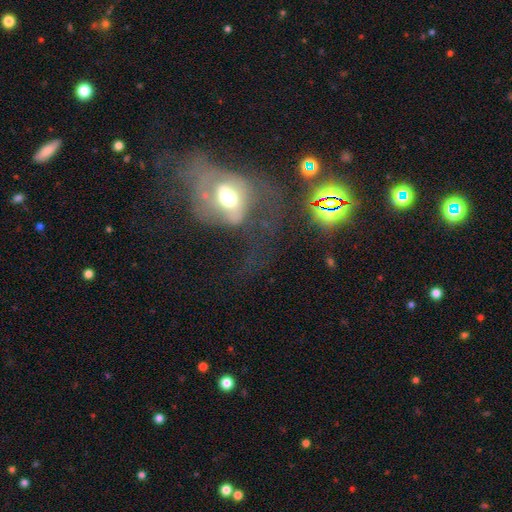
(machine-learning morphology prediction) Smooth or featured?
  - featured or disk: 50% *
  - smooth: 29%
  - star or artifact: 21%
Edge-on disk?
  - no: 94% *
  - yes: 6%
Merging?
  - major disturbance: 49% *
  - none: 25%
  - minor disturbance: 15%
  - merger: 10%